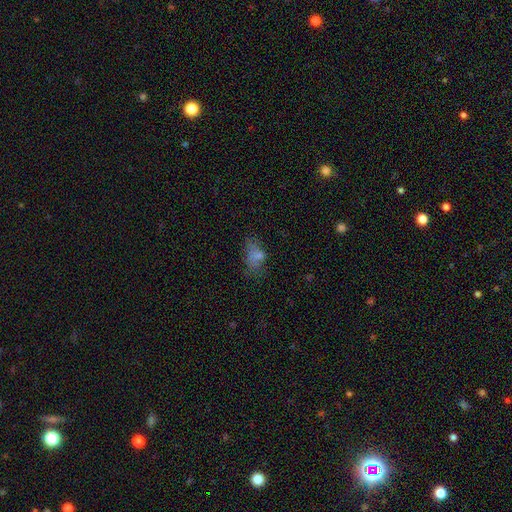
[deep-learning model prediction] Smooth or featured: smooth — 65% (featured or disk — 18%)
How rounded: in between — 85% (round — 11%)
Merging: none — 37% (major disturbance — 27%)